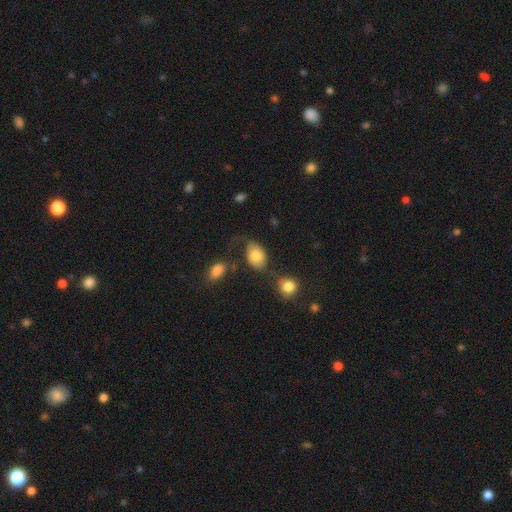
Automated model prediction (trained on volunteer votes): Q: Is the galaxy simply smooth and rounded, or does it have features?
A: smooth — 74%.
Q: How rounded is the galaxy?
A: in between — 82%.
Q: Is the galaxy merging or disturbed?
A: none — 44%.